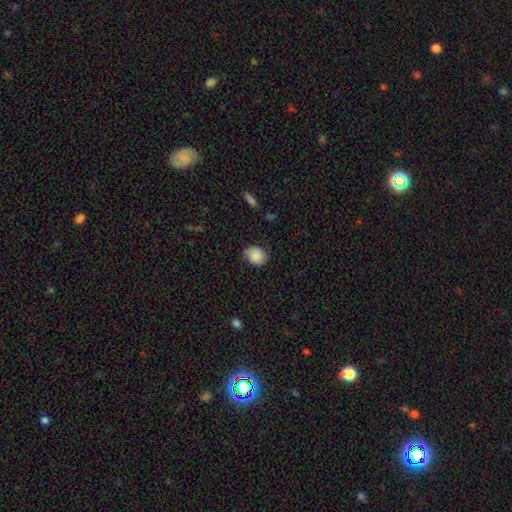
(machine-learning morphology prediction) This appears to be a smooth galaxy with no disk features (80%) that is round (55%). Merging: none (69%).